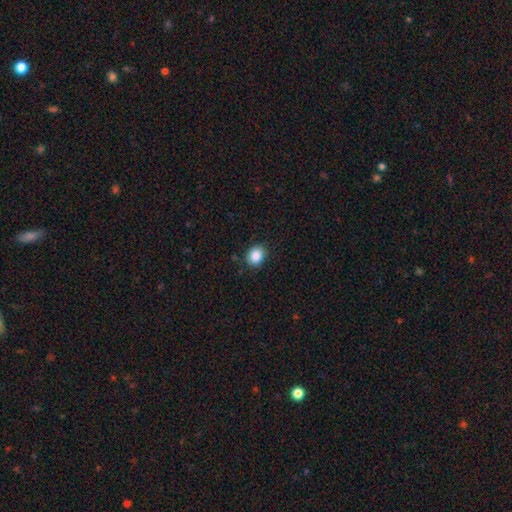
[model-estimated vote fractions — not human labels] Q: Smooth or featured?
A: smooth (87%); runner-up: star or artifact (9%)
Q: How rounded?
A: round (56%); runner-up: in between (43%)
Q: Merging?
A: none (87%); runner-up: minor disturbance (10%)